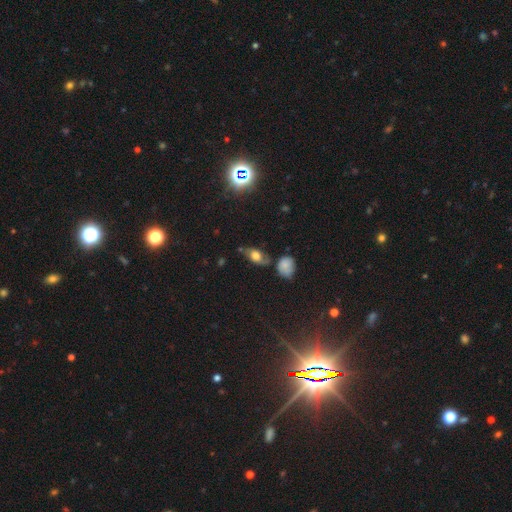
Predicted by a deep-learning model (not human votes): Smooth or featured?
  - smooth: 54% *
  - featured or disk: 32%
  - star or artifact: 14%
How rounded?
  - in between: 83% *
  - round: 12%
  - cigar-shaped: 6%
Merging?
  - none: 56% *
  - minor disturbance: 26%
  - major disturbance: 9%
  - merger: 9%